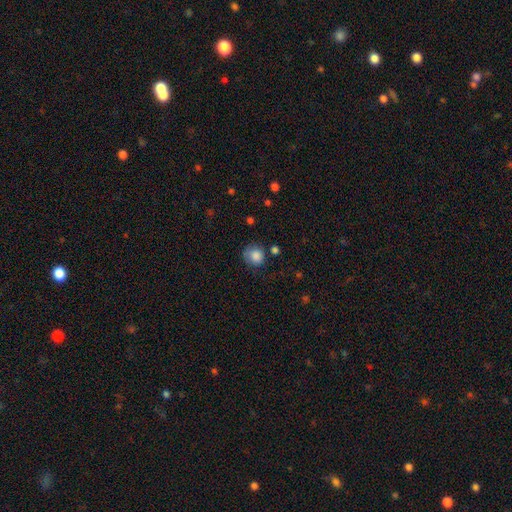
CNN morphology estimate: Overall: smooth (85%). How rounded: round (84%). Merging: none (65%).